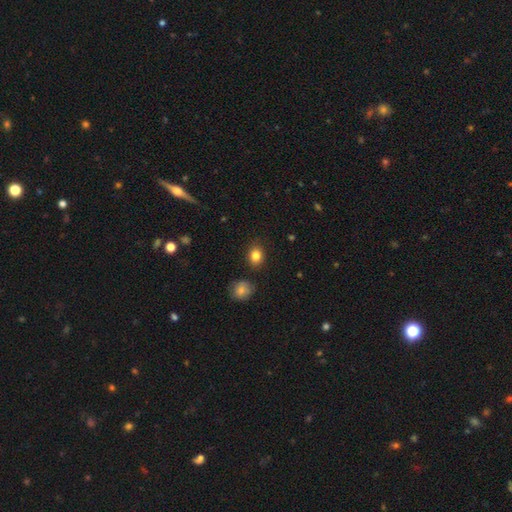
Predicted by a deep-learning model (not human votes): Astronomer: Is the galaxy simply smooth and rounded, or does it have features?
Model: smooth — 84%.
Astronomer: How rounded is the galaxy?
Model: round — 58% (runner-up: in between, 41%).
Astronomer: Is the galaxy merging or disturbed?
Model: none — 86%.